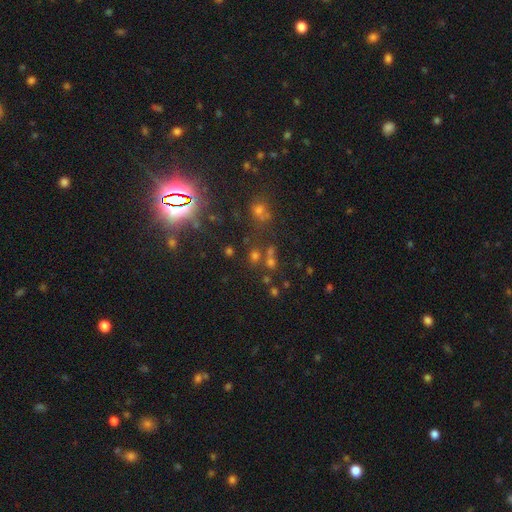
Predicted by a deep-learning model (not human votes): Overall: star or artifact (58%; smooth 31%).